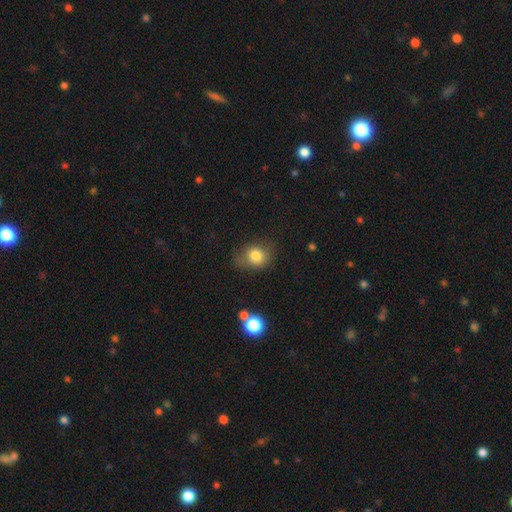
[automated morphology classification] Overall: smooth (80%). How rounded: round (60%; in between 39%). Merging: none (61%; minor disturbance 25%).